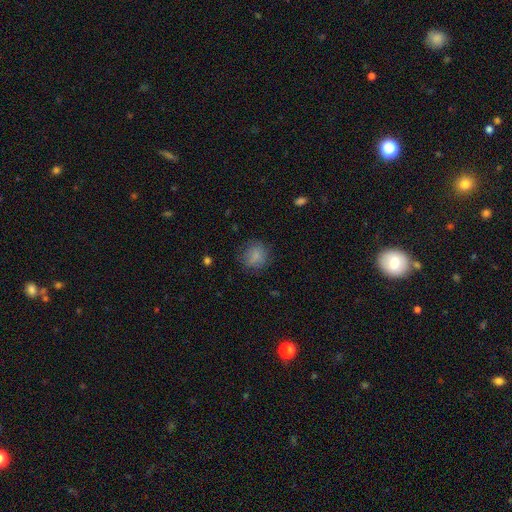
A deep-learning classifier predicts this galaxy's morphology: A smooth galaxy with no disk features (84%) that is round (82%).

Vote fractions:
- Smooth or featured? smooth: 84% / star or artifact: 9% / featured or disk: 7%
- How rounded? round: 82% / in between: 17% / cigar-shaped: 1%
- Merging? none: 77% / minor disturbance: 16% / major disturbance: 6% / merger: 1%